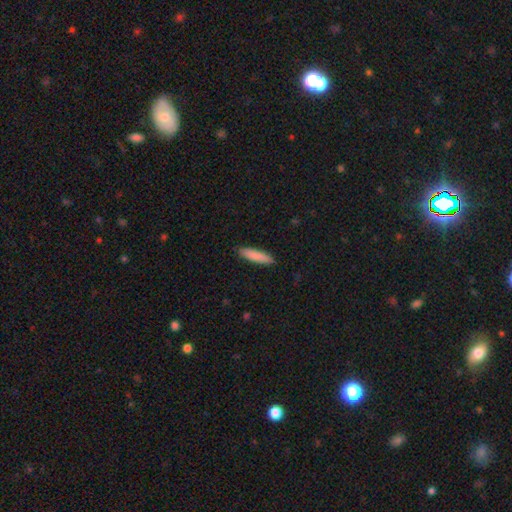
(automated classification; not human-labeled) This is clearly a smooth galaxy (87%). How rounded: likely cigar-shaped (77%). Merging: clearly none (90%).